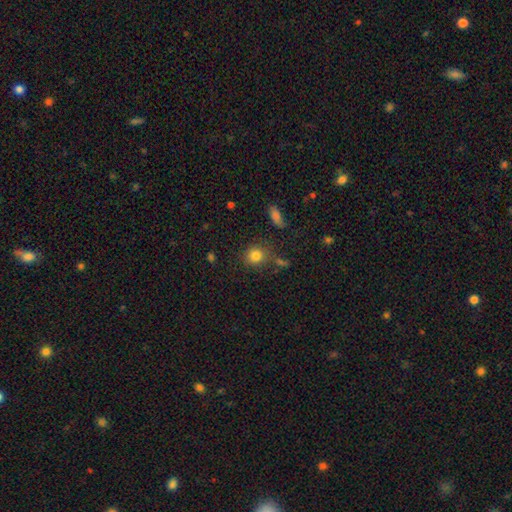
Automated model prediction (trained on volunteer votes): Overall: smooth (82%). How rounded: round (79%). Merging: none (76%).